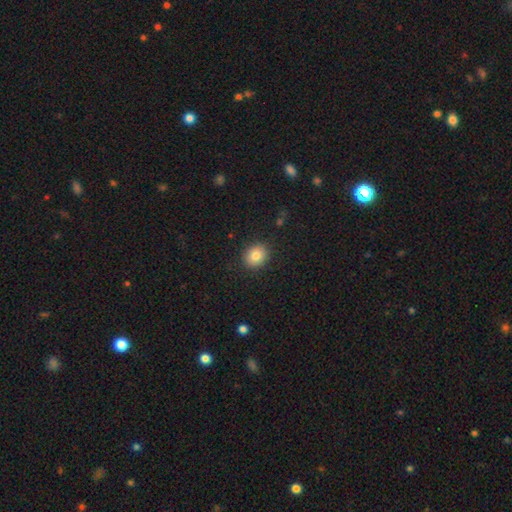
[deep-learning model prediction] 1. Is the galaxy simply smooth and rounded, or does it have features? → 83% smooth, 9% star or artifact, 7% featured or disk.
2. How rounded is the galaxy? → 58% round, 41% in between, 1% cigar-shaped.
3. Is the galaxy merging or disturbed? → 88% none, 8% minor disturbance, 3% major disturbance, 1% merger.